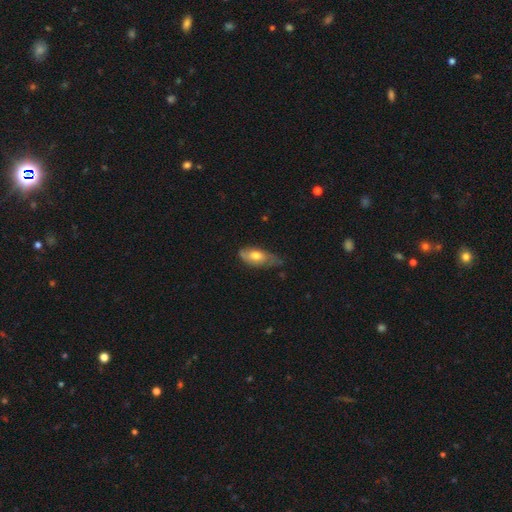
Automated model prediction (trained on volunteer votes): Smooth or featured: smooth — 59% (featured or disk — 35%)
How rounded: in between — 83% (cigar-shaped — 14%)
Merging: none — 45% (minor disturbance — 41%)